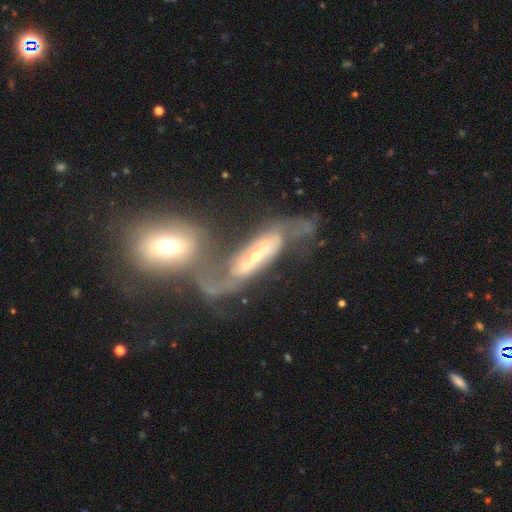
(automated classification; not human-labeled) smooth-or-featured: featured or disk: 75% | smooth: 18% | star or artifact: 7%
  disk-edge-on: no: 82% | yes: 18%
    bar: no: 35% (tied) | strong: 35% (tied) | weak: 30%
    has-spiral-arms: yes: 78% | no: 22%
    bulge-size: small: 49% | moderate: 42% | large: 5% | none: 3% | dominant: 2%
  merging: merger: 53% | major disturbance: 20% | none: 18% | minor disturbance: 9%